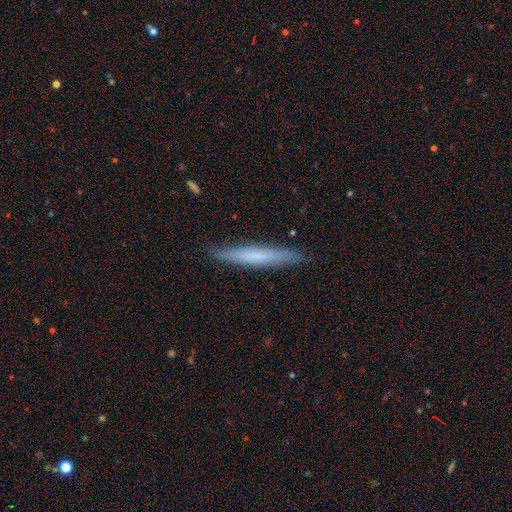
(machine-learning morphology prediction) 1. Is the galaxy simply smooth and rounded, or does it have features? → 58% smooth, 36% featured or disk, 6% star or artifact.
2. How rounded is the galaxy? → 95% cigar-shaped, 3% in between, 1% round.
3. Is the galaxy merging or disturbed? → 87% none, 10% minor disturbance, 2% major disturbance, 1% merger.